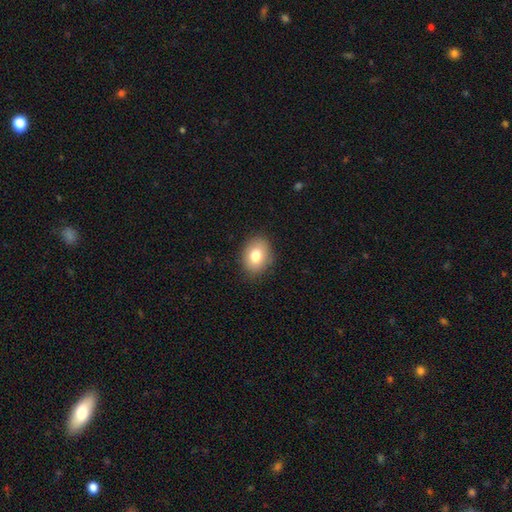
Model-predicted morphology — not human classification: smooth_or_featured: smooth (p=0.78) [alt: featured or disk p=0.12]
how_rounded: in between (p=0.56) [alt: round p=0.43]
merging: none (p=0.87) [alt: minor disturbance p=0.10]